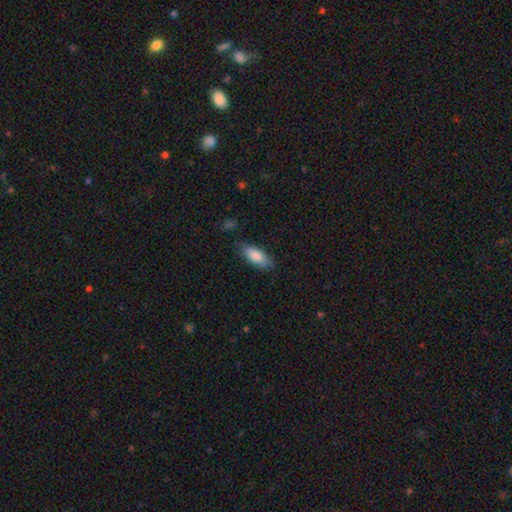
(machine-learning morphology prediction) This is clearly a smooth galaxy (82%). How rounded: likely in between (77%). Merging: likely none (76%).